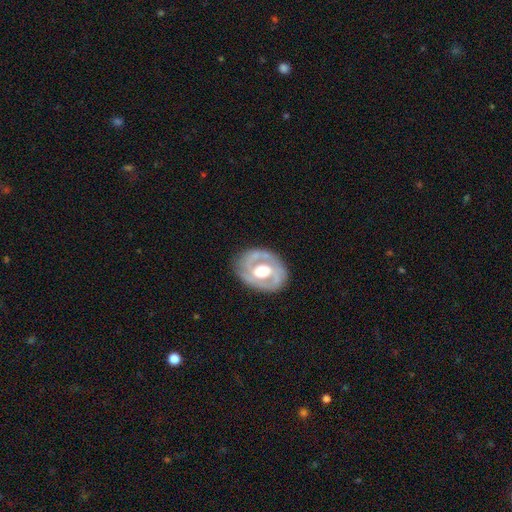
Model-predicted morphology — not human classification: Q: Smooth or featured?
A: featured or disk (81%); runner-up: smooth (15%)
Q: Edge-on disk?
A: no (96%); runner-up: yes (4%)
Q: Bar?
A: no (47%); runner-up: weak (36%)
Q: Spiral arms?
A: yes (74%); runner-up: no (26%)
Q: Spiral winding?
A: tight (50%); runner-up: medium (37%)
Q: Spiral arm count?
A: 2 (70%); runner-up: can't tell (15%)
Q: Bulge size?
A: moderate (63%); runner-up: large (28%)
Q: Merging?
A: none (77%); runner-up: minor disturbance (16%)